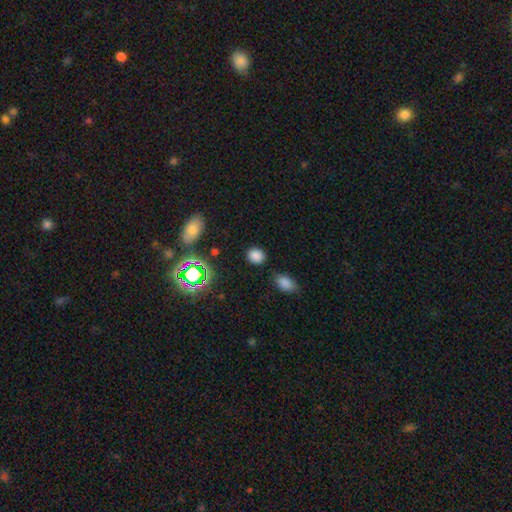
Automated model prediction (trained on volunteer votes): Smooth or featured? Predicted: smooth (p=0.80). How rounded? Predicted: round (p=0.70). Merging? Predicted: none (p=0.85).